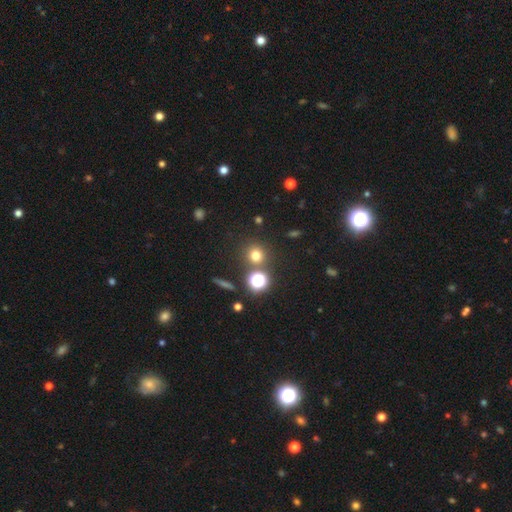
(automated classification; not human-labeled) Smooth or featured? smooth (70%)
How rounded? round (90%)
Merging? none (80%)